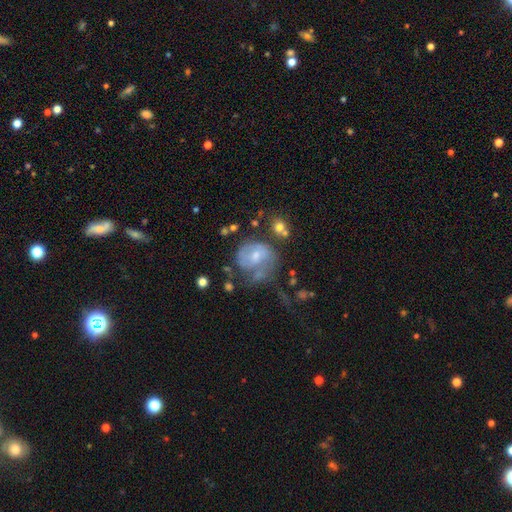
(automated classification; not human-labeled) Overall: featured or disk (53%; smooth 37%). Edge-on disk: no (97%). Bar: no (57%; weak 36%). Spiral arms: yes (62%; no 38%). Bulge size: moderate (46%; small 43%). Merging: none (37%; major disturbance 29%).